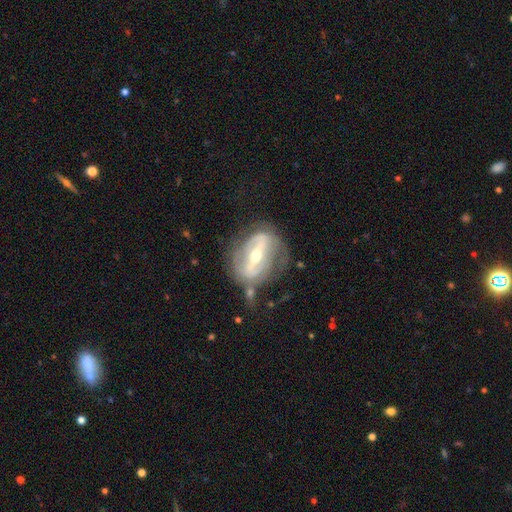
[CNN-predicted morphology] Smooth or featured?
  - featured or disk: 81% *
  - smooth: 13%
  - star or artifact: 6%
Edge-on disk?
  - no: 86% *
  - yes: 14%
Bar?
  - strong: 75% *
  - weak: 17%
  - no: 8%
Spiral arms?
  - yes: 57% *
  - no: 43%
Bulge size?
  - moderate: 60% *
  - small: 34%
  - large: 4%
  - dominant: 1%
  - none: 1%
Merging?
  - none: 55% *
  - minor disturbance: 22%
  - major disturbance: 16%
  - merger: 6%